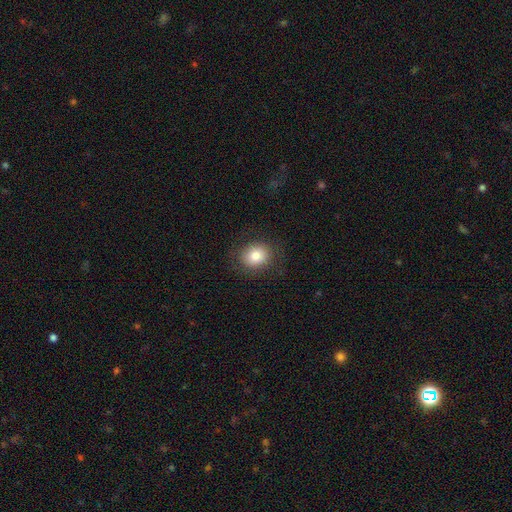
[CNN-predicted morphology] Smooth or featured? smooth (81%)
How rounded? round (69%)
Merging? none (84%)